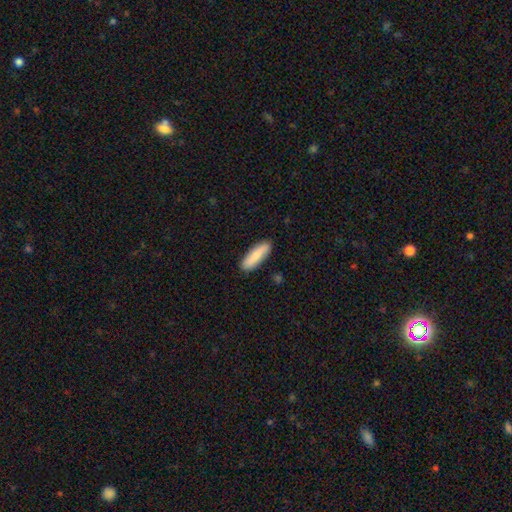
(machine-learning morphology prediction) smooth 82%, featured or disk 13%, star or artifact 5%. Down the decision tree: how rounded — cigar-shaped (54%); merging — none (88%).